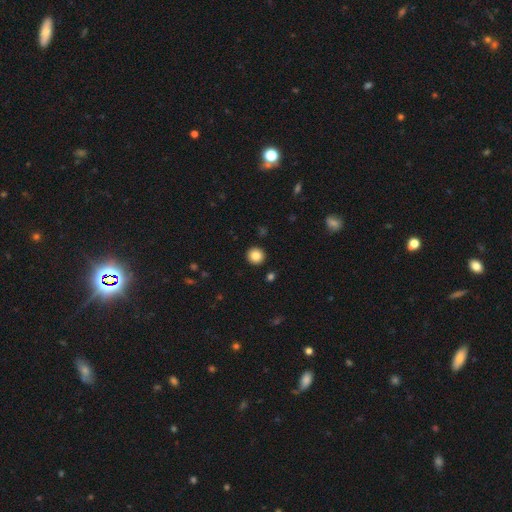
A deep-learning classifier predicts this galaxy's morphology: Smooth or featured? Predicted: smooth (p=0.85). How rounded? Predicted: round (p=0.95). Merging? Predicted: none (p=0.93).